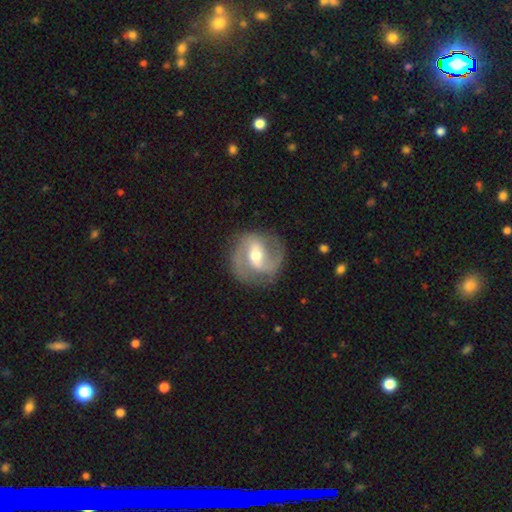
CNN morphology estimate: smooth_or_featured: featured or disk (p=0.84) [alt: smooth p=0.11]
disk_edge_on: no (p=0.97) [alt: yes p=0.03]
bar: weak (p=0.42) [alt: strong p=0.41]
has_spiral_arms: yes (p=0.93) [alt: no p=0.07]
spiral_winding: medium (p=0.52) [alt: tight p=0.30]
spiral_arm_count: 2 (p=0.87) [alt: can't tell p=0.05]
bulge_size: moderate (p=0.67) [alt: small p=0.26]
merging: none (p=0.82) [alt: minor disturbance p=0.12]